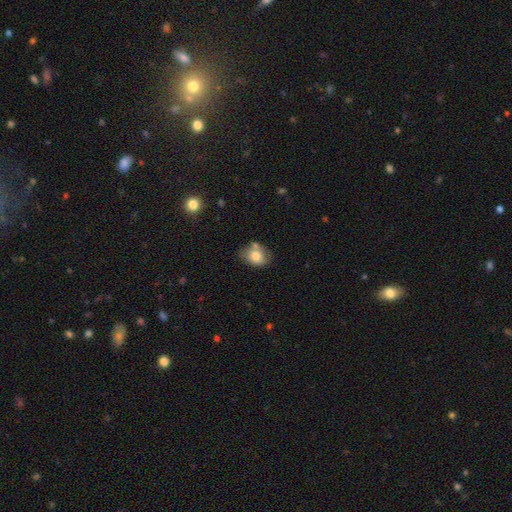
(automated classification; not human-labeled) Q: Smooth or featured?
A: smooth (78%); runner-up: featured or disk (14%)
Q: How rounded?
A: in between (63%); runner-up: round (36%)
Q: Merging?
A: none (56%); runner-up: minor disturbance (23%)